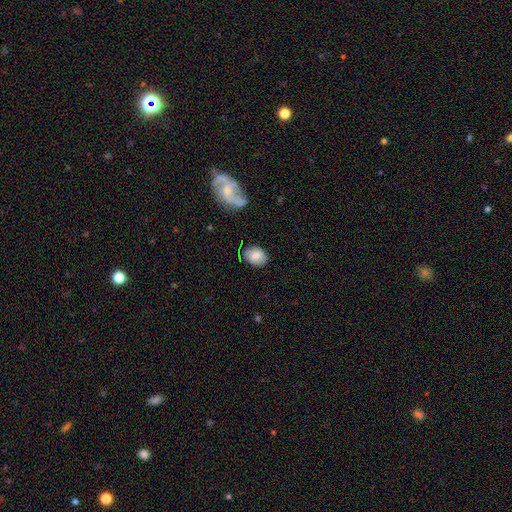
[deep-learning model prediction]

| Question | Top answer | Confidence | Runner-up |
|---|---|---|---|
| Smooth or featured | smooth | 79% | featured or disk (13%) |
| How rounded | in between | 71% | round (28%) |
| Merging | none | 73% | minor disturbance (20%) |